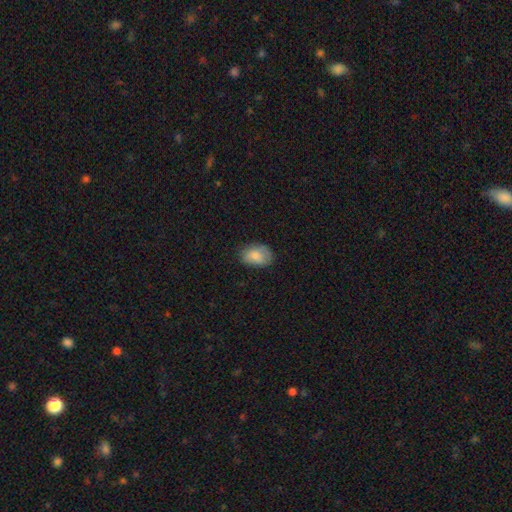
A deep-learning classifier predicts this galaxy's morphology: This appears to be a smooth galaxy with no disk features (80%) that is in between round and cigar-shaped (80%). Merging: none (66%).